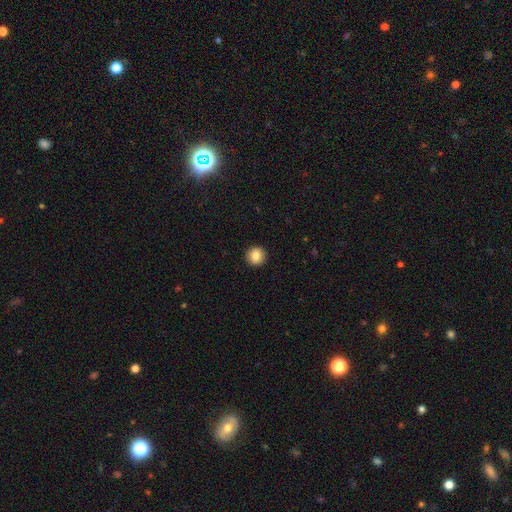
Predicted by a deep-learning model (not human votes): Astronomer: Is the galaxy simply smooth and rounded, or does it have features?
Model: smooth — 85%.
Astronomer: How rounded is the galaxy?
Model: round — 95%.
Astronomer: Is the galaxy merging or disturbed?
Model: none — 93%.